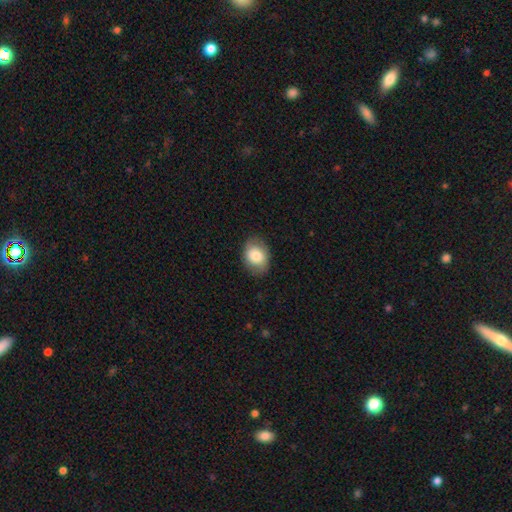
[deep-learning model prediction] smooth_or_featured: smooth (p=0.80) [alt: featured or disk p=0.13]
how_rounded: in between (p=0.65) [alt: round p=0.34]
merging: none (p=0.83) [alt: minor disturbance p=0.13]